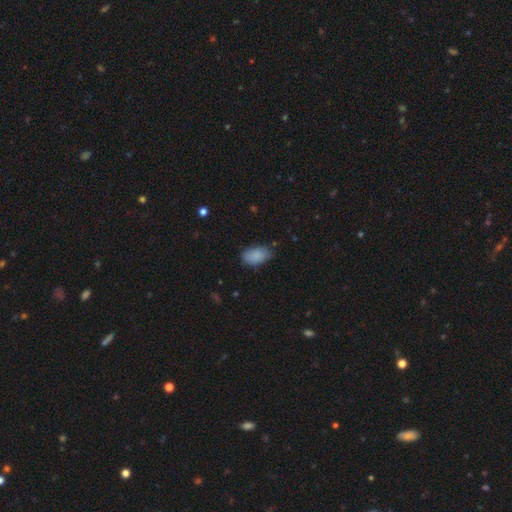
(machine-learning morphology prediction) Q: Smooth or featured?
A: smooth (87%); runner-up: star or artifact (7%)
Q: How rounded?
A: in between (92%); runner-up: round (6%)
Q: Merging?
A: none (71%); runner-up: minor disturbance (23%)